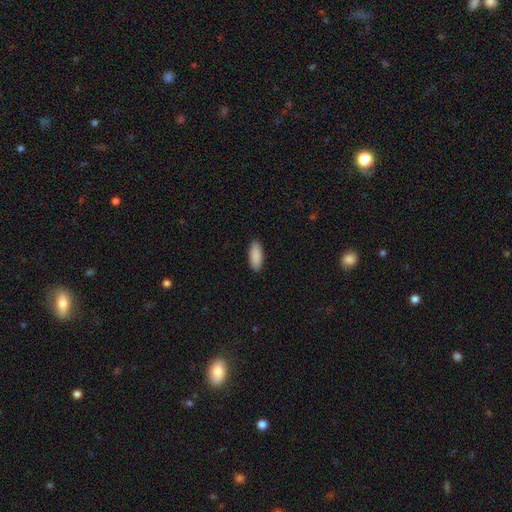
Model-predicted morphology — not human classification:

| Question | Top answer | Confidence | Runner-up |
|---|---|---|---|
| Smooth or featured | smooth | 91% | star or artifact (6%) |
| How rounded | in between | 84% | cigar-shaped (15%) |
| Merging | none | 90% | minor disturbance (8%) |